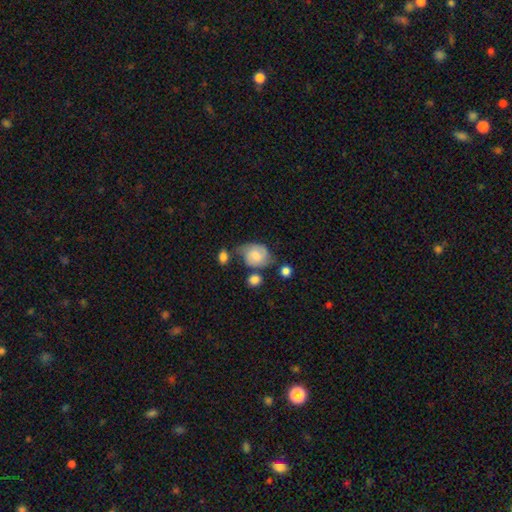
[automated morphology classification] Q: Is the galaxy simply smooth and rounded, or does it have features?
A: smooth — 57%.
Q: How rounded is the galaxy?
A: in between — 52%.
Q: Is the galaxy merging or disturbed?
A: none — 45%.